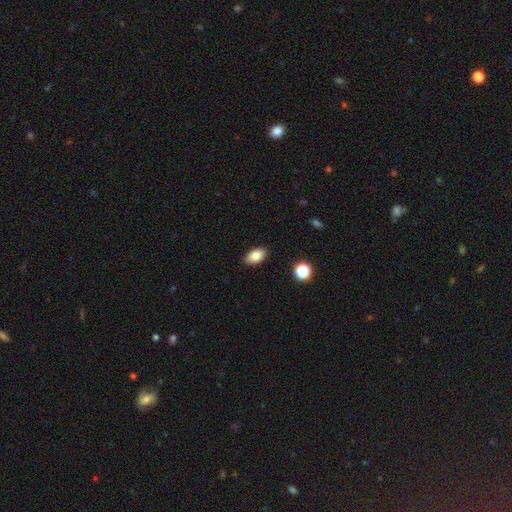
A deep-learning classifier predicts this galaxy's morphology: This is clearly a smooth galaxy (83%). How rounded: clearly in between (91%). Merging: clearly none (89%).